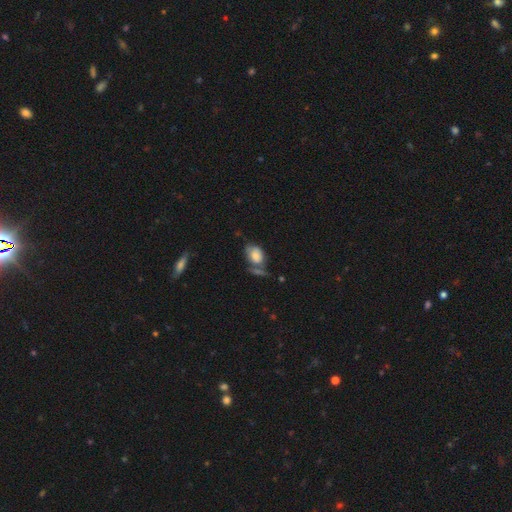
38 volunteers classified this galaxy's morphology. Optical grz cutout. It shows a smooth galaxy with no disk features (87%) that is in between round and cigar-shaped (79%). Merging: none (41%).